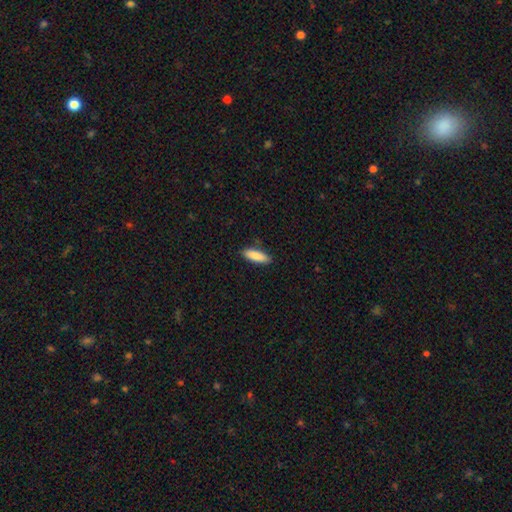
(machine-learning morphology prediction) Smooth or featured: smooth — 86% (featured or disk — 8%)
How rounded: cigar-shaped — 49% (tied with in between — 49%)
Merging: none — 86% (minor disturbance — 11%)